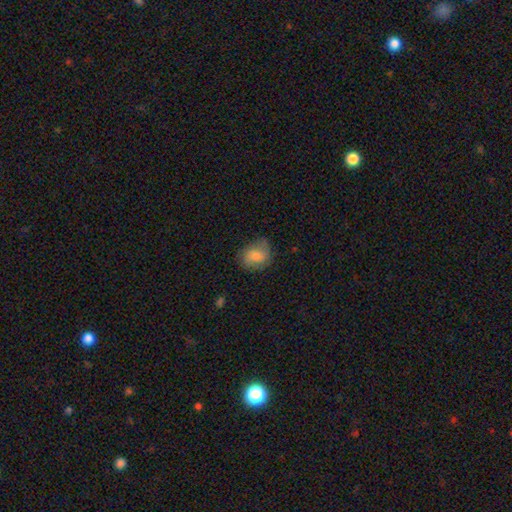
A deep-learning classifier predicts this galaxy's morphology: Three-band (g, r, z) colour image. It shows a smooth galaxy with no disk features (75%) that is round (52%). Merging: none (64%).